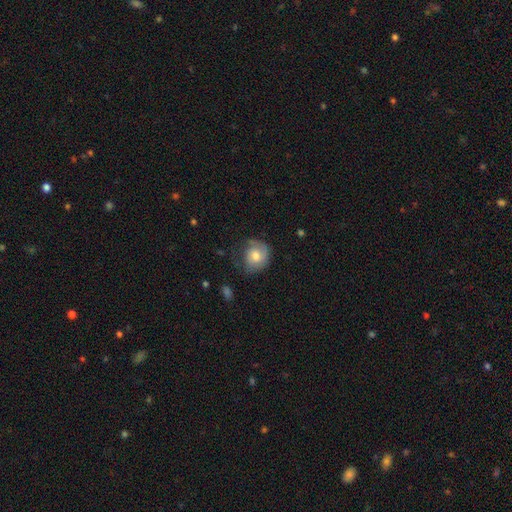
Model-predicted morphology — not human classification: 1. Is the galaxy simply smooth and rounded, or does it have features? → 55% smooth, 38% featured or disk, 7% star or artifact.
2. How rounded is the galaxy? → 72% round, 27% in between, 1% cigar-shaped.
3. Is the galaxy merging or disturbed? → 58% none, 27% minor disturbance, 13% major disturbance, 2% merger.